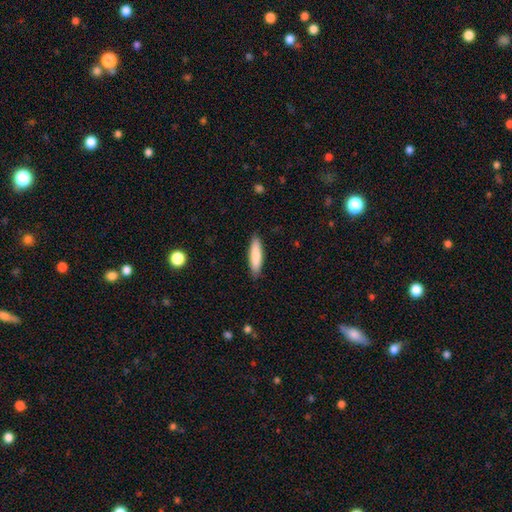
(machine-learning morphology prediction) smooth 84%, featured or disk 11%, star or artifact 5%. Down the decision tree: how rounded — cigar-shaped (75%); merging — none (88%).